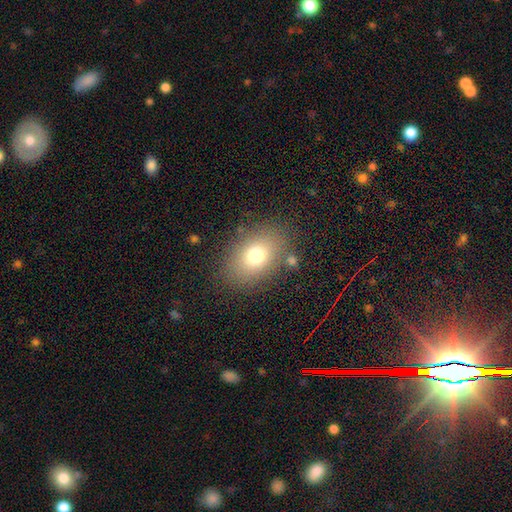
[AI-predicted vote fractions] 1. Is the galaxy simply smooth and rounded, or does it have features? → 74% smooth, 13% featured or disk, 13% star or artifact.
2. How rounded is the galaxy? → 73% in between, 26% round, 1% cigar-shaped.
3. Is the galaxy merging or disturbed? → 81% none, 11% minor disturbance, 5% major disturbance, 3% merger.